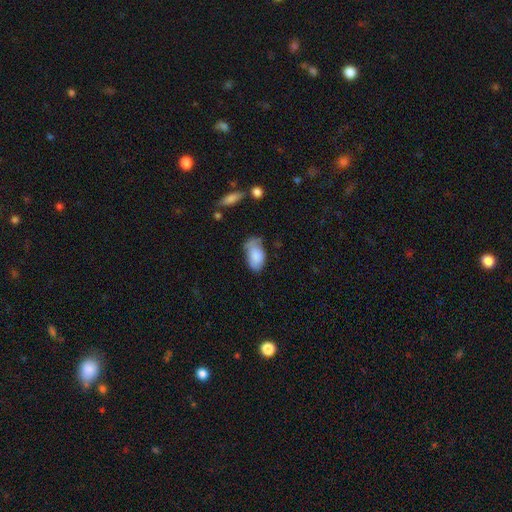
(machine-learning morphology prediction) A smooth galaxy with no disk features (82%) that is in between round and cigar-shaped (93%).

Vote fractions:
- Smooth or featured? smooth: 82% / featured or disk: 11% / star or artifact: 7%
- How rounded? in between: 93% / round: 5% / cigar-shaped: 2%
- Merging? none: 43% / minor disturbance: 37% / major disturbance: 14% / merger: 6%